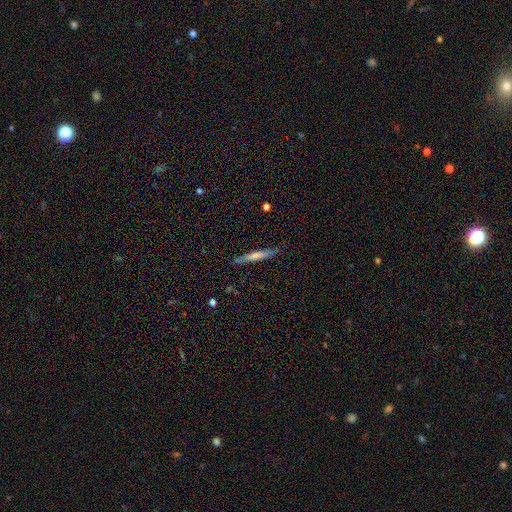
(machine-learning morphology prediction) Smooth or featured?
  - smooth: 59% *
  - featured or disk: 35%
  - star or artifact: 6%
How rounded?
  - cigar-shaped: 95% *
  - in between: 4%
  - round: 1%
Merging?
  - none: 86% *
  - minor disturbance: 11%
  - major disturbance: 2%
  - merger: 2%